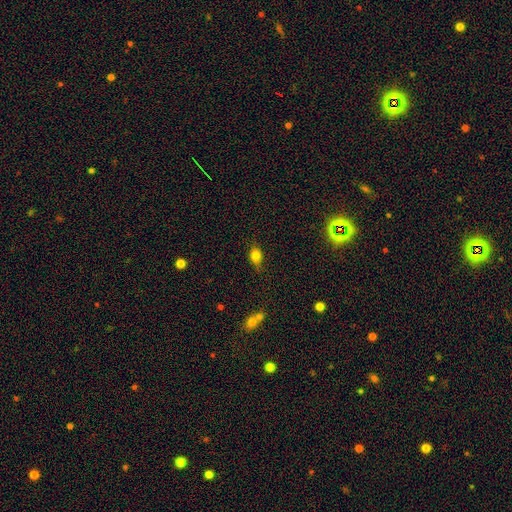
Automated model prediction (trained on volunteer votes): Smooth or featured?
  - smooth: 80% *
  - star or artifact: 11%
  - featured or disk: 9%
How rounded?
  - in between: 71% *
  - round: 25%
  - cigar-shaped: 4%
Merging?
  - none: 71% *
  - minor disturbance: 21%
  - major disturbance: 5%
  - merger: 2%